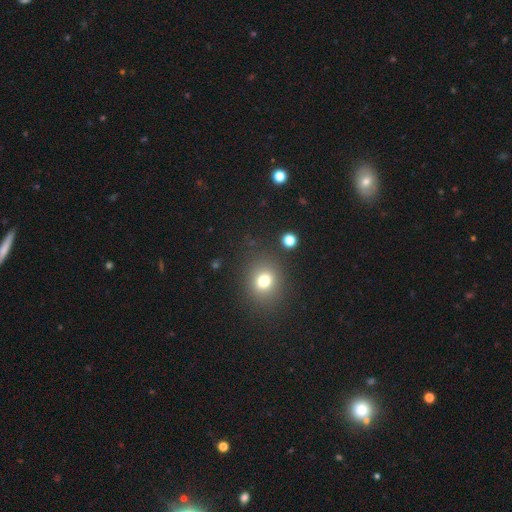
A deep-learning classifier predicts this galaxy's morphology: This is likely a smooth galaxy (64%). How rounded: likely round (74%). Merging: clearly none (86%).